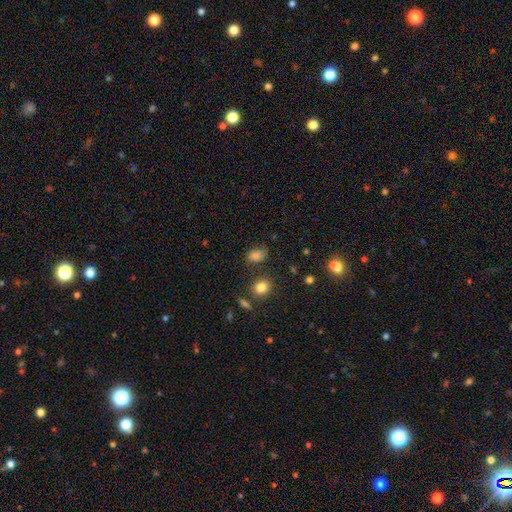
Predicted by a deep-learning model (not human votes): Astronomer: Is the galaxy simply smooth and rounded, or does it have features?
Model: smooth — 81%.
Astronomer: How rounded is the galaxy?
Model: in between — 80%.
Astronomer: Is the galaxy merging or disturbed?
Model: none — 70%.